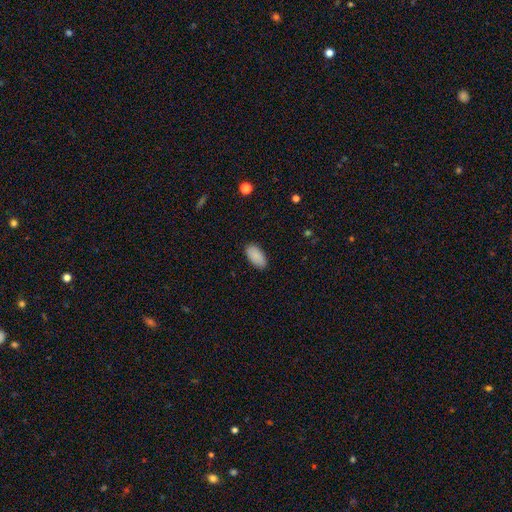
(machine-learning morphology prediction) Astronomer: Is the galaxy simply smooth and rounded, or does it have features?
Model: smooth — 89%.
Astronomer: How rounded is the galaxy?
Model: in between — 94%.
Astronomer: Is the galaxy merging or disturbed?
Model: none — 86%.